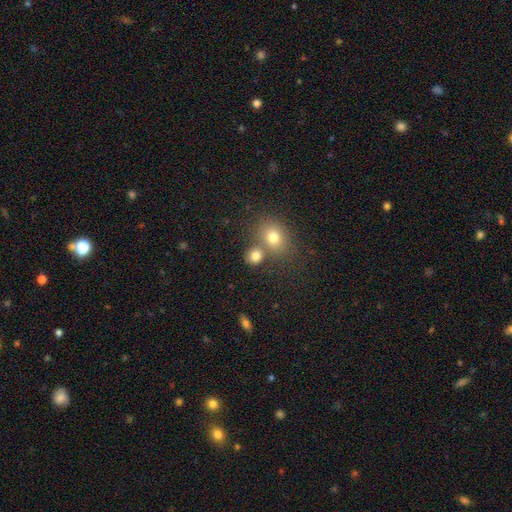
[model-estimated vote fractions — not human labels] This is likely a smooth galaxy (78%). How rounded: likely round (68%). Merging: possibly none (57%).